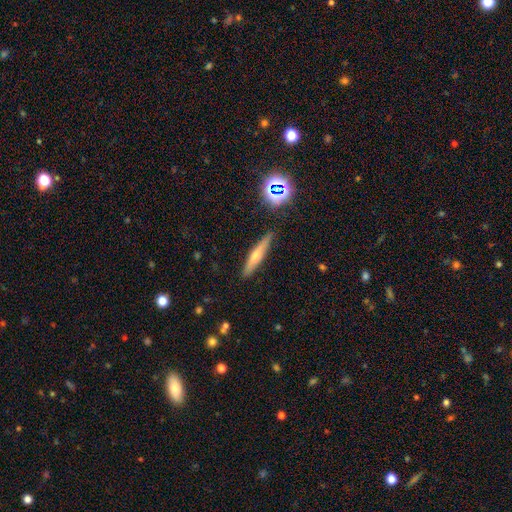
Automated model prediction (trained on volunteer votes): A featured or disk galaxy (46%). Merging: none (87%).